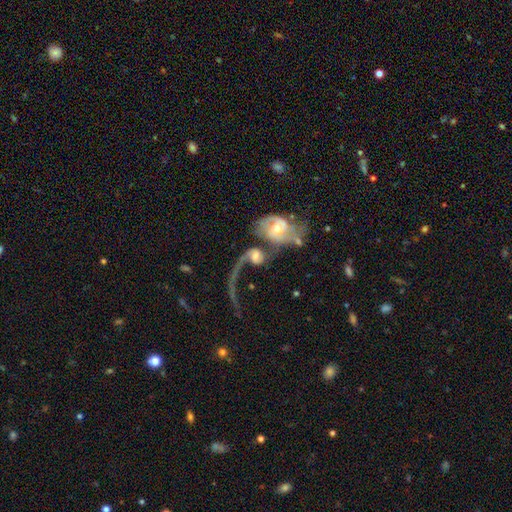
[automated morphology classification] Smooth or featured? Predicted: featured or disk (p=0.74). Edge-on disk? Predicted: no (p=0.95). Bar? Predicted: no (p=0.53). Spiral arms? Predicted: yes (p=0.84). Spiral winding? Predicted: loose (p=0.67). Spiral arm count? Predicted: 1 (p=0.53). Bulge size? Predicted: moderate (p=0.57). Merging? Predicted: merger (p=0.58).